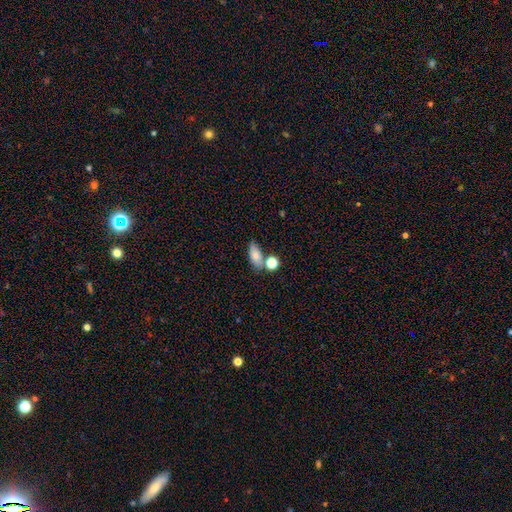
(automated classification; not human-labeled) smooth-or-featured: smooth: 77% | featured or disk: 13% | star or artifact: 10%
  how-rounded: in between: 76% | cigar-shaped: 14% | round: 10%
  merging: none: 56% | merger: 22% | minor disturbance: 16% | major disturbance: 6%